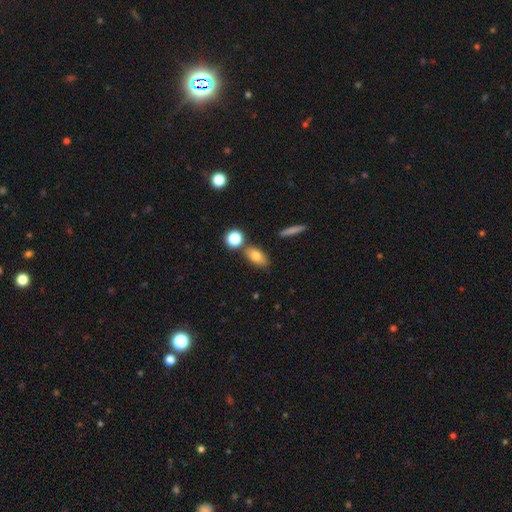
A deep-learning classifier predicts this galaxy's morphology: smooth 78%, featured or disk 12%, star or artifact 10%. Down the decision tree: how rounded — in between (80%); merging — none (73%).